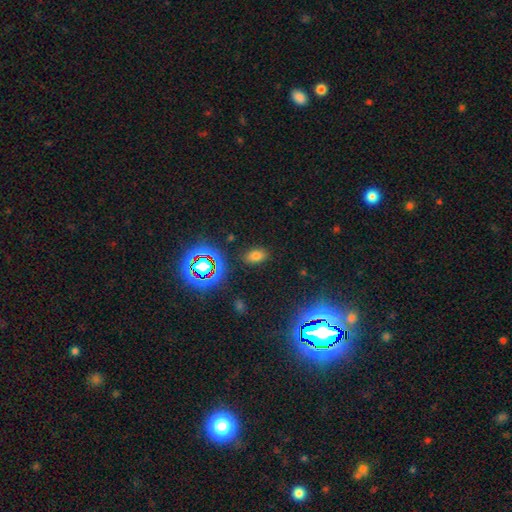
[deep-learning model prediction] smooth 68%, star or artifact 24%, featured or disk 8%. Down the decision tree: how rounded — in between (86%); merging — none (86%).